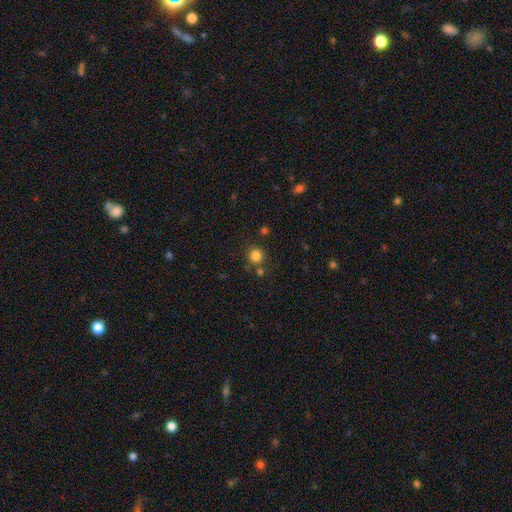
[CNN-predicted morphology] Overall: smooth (83%). How rounded: round (91%). Merging: none (77%).